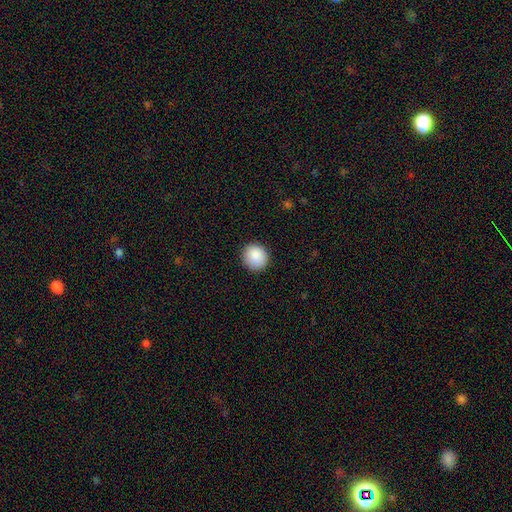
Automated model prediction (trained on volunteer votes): smooth 89%, star or artifact 8%, featured or disk 4%. Down the decision tree: how rounded — round (90%); merging — none (89%).